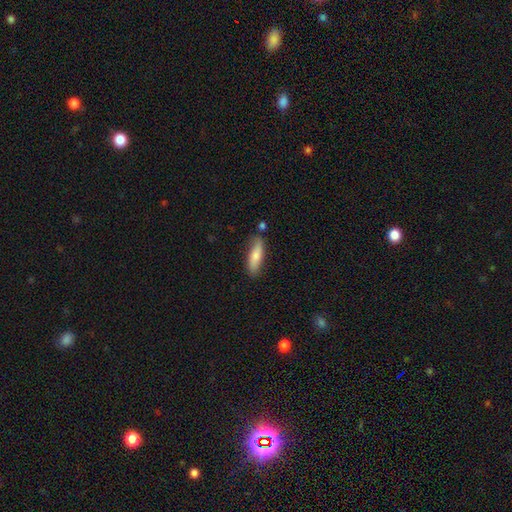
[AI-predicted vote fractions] This is likely a smooth galaxy (76%). How rounded: possibly cigar-shaped (52%). Merging: likely none (77%).